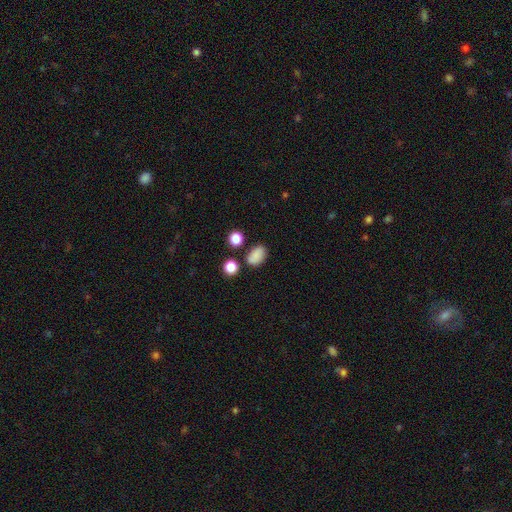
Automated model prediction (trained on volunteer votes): This appears to be a smooth galaxy with no disk features (84%) that is in between round and cigar-shaped (84%). Merging: none (74%).